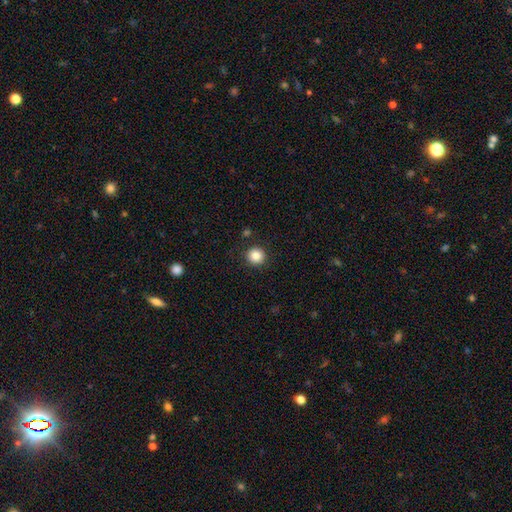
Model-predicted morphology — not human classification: This is clearly a smooth galaxy (85%). How rounded: clearly round (94%). Merging: clearly none (91%).